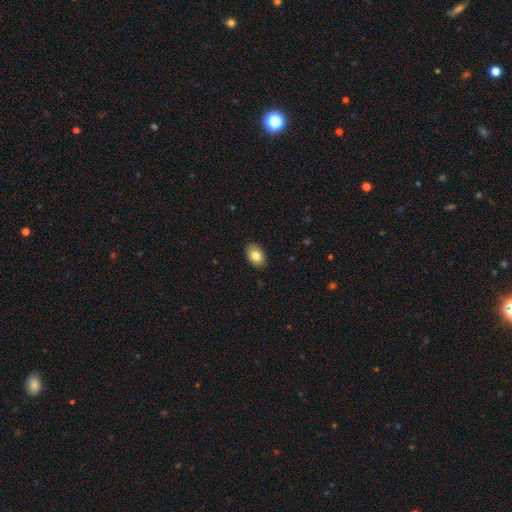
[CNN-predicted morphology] smooth 82%, featured or disk 10%, star or artifact 8%. Down the decision tree: how rounded — in between (84%); merging — none (90%).